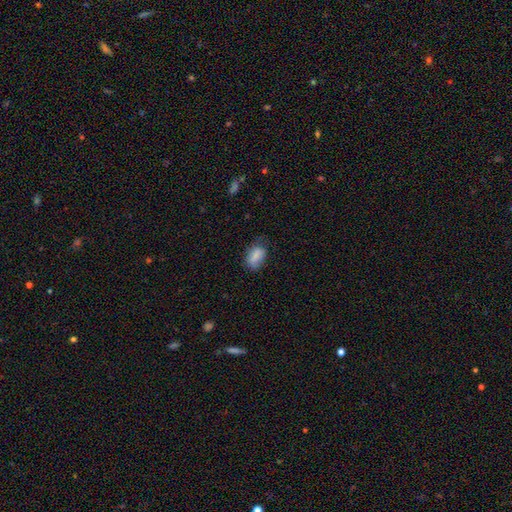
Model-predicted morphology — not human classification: The model was most divided on "merging": none: 61%, minor disturbance: 29%, major disturbance: 9%, merger: 2%. More confident: how rounded — in between (85%); smooth or featured — smooth (80%).